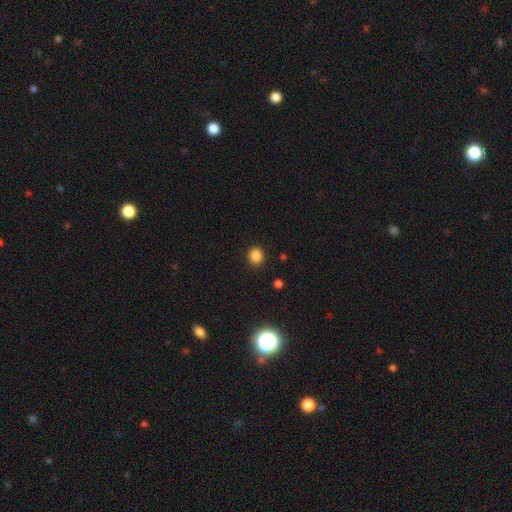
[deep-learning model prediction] This is clearly a smooth galaxy (85%). How rounded: clearly round (83%). Merging: clearly none (91%).